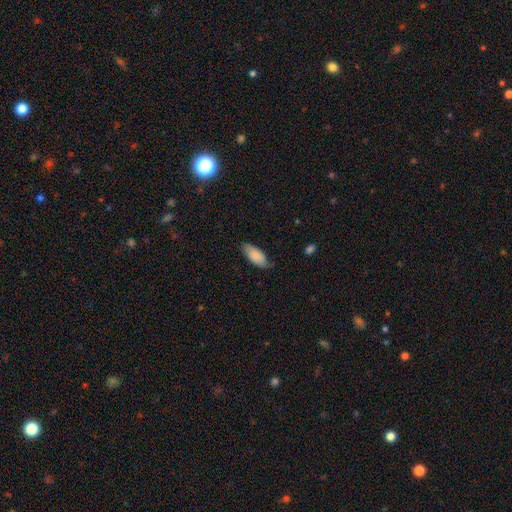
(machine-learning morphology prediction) smooth_or_featured: smooth (p=0.85) [alt: featured or disk p=0.09]
how_rounded: in between (p=0.84) [alt: cigar-shaped p=0.14]
merging: none (p=0.73) [alt: minor disturbance p=0.22]